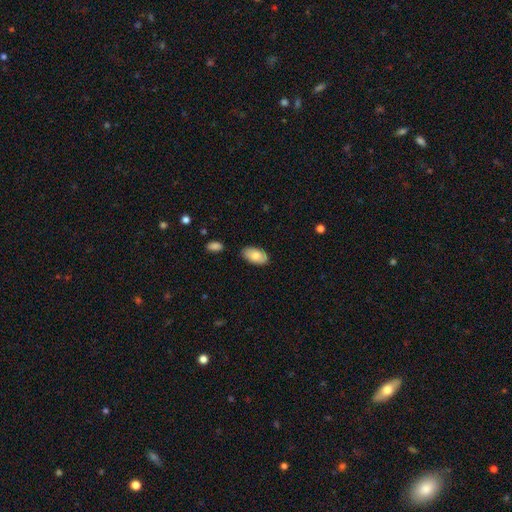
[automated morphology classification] Smooth or featured? Predicted: smooth (p=0.79). How rounded? Predicted: in between (p=0.95). Merging? Predicted: none (p=0.83).